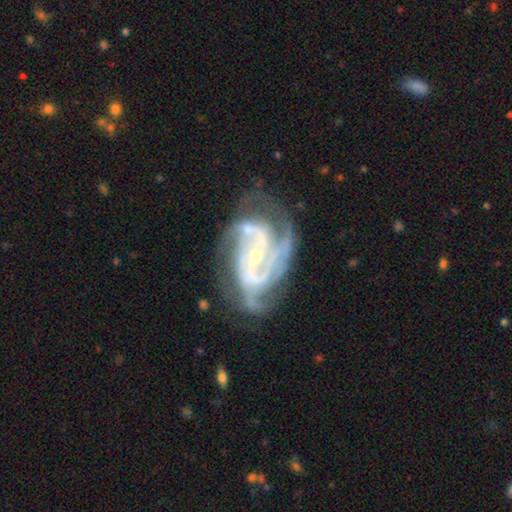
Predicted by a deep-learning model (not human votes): featured or disk 91%, star or artifact 5%, smooth 4%. Down the decision tree: edge-on disk — no (98%); bar — weak (39%); spiral arms — yes (97%); spiral arm count — 3 (39%); spiral winding — medium (49%); bulge size — small (75%); merging — none (55%).